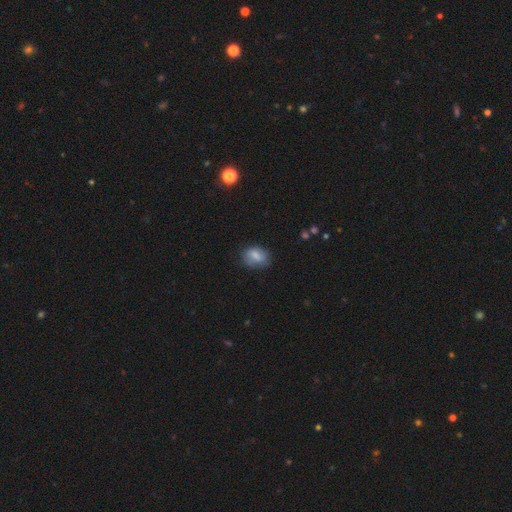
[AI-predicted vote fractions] This is likely a smooth galaxy (74%). How rounded: likely in between (70%). Merging: likely none (67%).